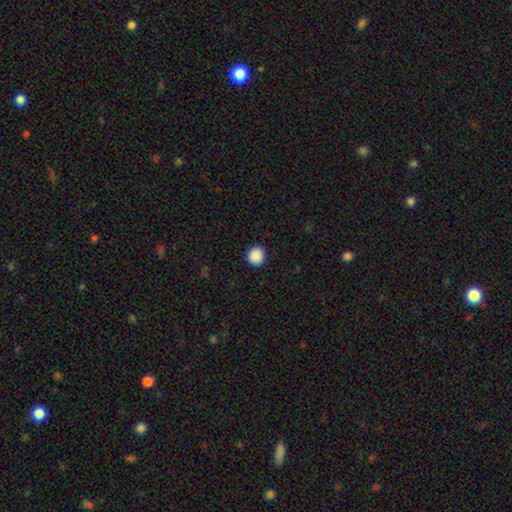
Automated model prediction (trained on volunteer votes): This is clearly a smooth galaxy (90%). How rounded: clearly round (92%). Merging: clearly none (92%).